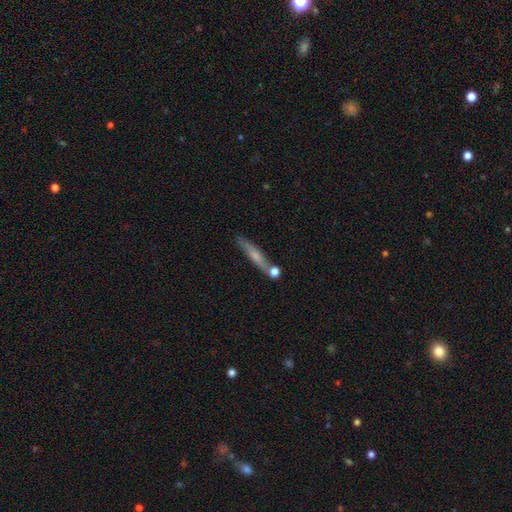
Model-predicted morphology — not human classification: A smooth galaxy with no disk features (51%) that is cigar-shaped (90%). Merging: none (71%).